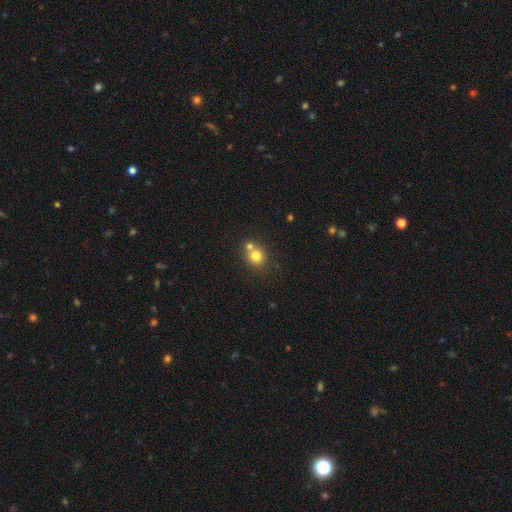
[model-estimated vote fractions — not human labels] This is likely a smooth galaxy (76%). How rounded: clearly round (84%). Merging: possibly none (51%).